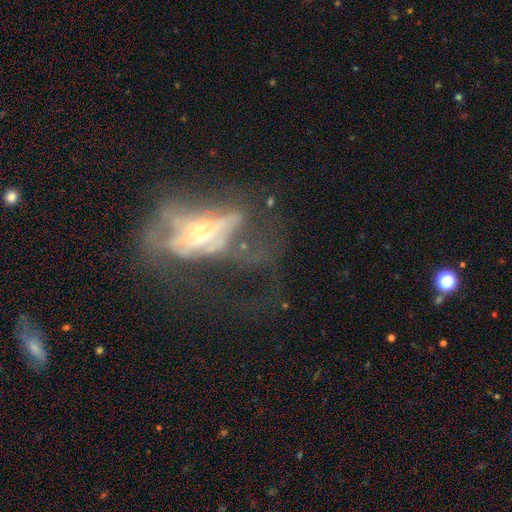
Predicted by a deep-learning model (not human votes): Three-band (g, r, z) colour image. It shows a featured or disk galaxy (64%) with no bar (74%), no spiral arms (74%) and a moderate central bulge (47%). Merging: major disturbance (56%).